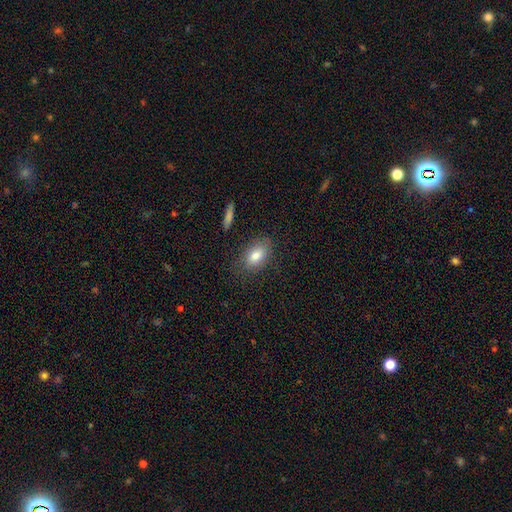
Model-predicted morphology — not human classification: A smooth galaxy with no disk features (81%) that is in between round and cigar-shaped (88%).

Vote fractions:
- Smooth or featured? smooth: 81% / featured or disk: 11% / star or artifact: 8%
- How rounded? in between: 88% / round: 9% / cigar-shaped: 3%
- Merging? none: 78% / minor disturbance: 15% / major disturbance: 5% / merger: 2%